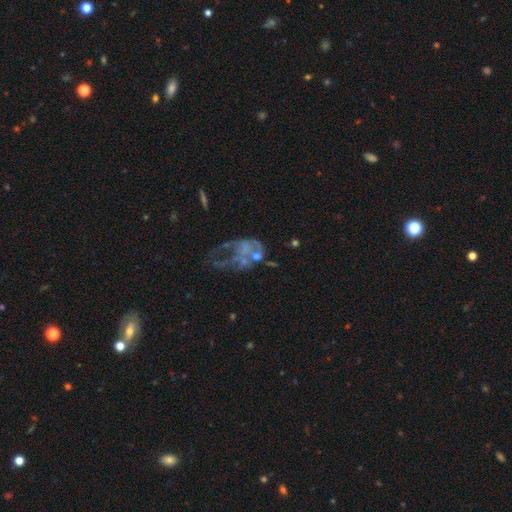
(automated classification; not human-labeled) A featured or disk galaxy (60%) with no bar (90%), no spiral arms (81%) and no central bulge (66%).

Vote fractions:
- Smooth or featured? featured or disk: 60% / smooth: 26% / star or artifact: 14%
- Edge-on disk? no: 98% / yes: 2%
- Bar? no: 90% / weak: 8% / strong: 2%
- Spiral arms? no: 81% / yes: 19%
- Bulge size? none: 66% / small: 16% / moderate: 13% / large: 3% / dominant: 2%
- Merging? major disturbance: 46% / merger: 22% / none: 19% / minor disturbance: 13%